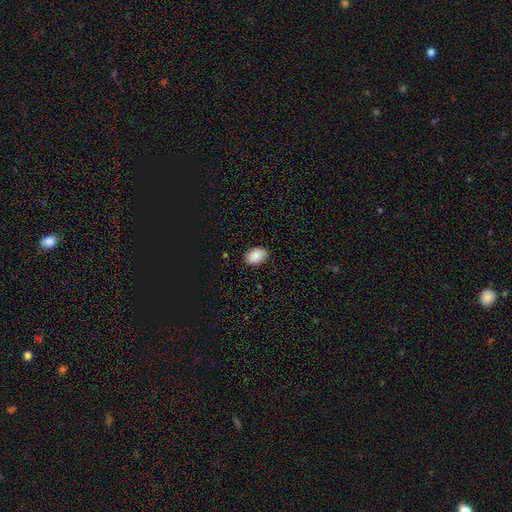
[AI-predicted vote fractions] Overall: smooth (89%). How rounded: in between (86%). Merging: none (87%).